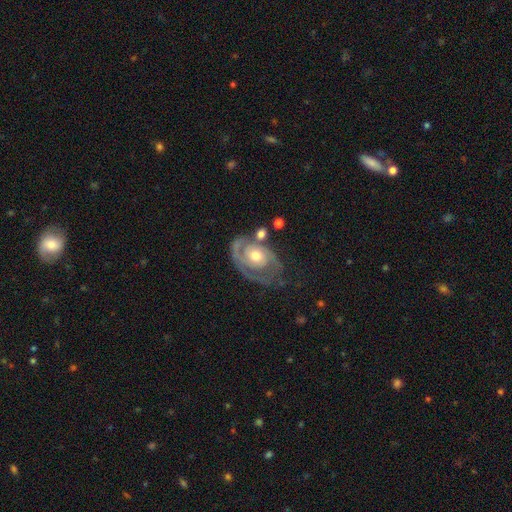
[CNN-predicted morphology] The model was most divided on "spiral arm count": 2: 48%, 1: 27%, can't tell: 16%, 3: 5%, 4: 2%, more than 4: 2%. More confident: edge-on disk — no (97%); spiral arms — yes (89%); smooth or featured — featured or disk (84%); bar — no (79%); bulge size — moderate (69%); spiral winding — tight (64%); merging — none (52%).